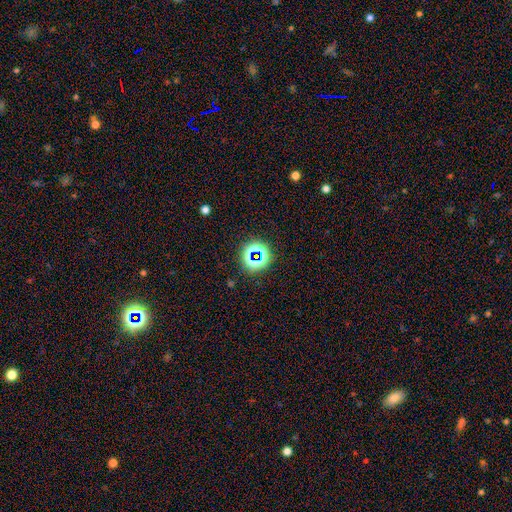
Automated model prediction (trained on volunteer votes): Morphology: type=star or artifact (65%).